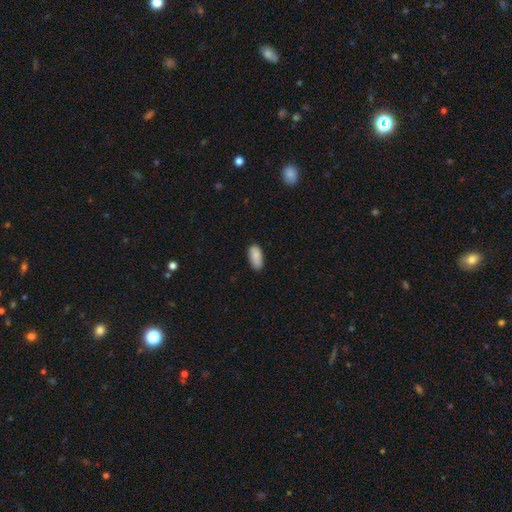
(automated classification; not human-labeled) smooth_or_featured: smooth (p=0.88) [alt: star or artifact p=0.06]
how_rounded: in between (p=0.92) [alt: cigar-shaped p=0.06]
merging: none (p=0.83) [alt: minor disturbance p=0.14]